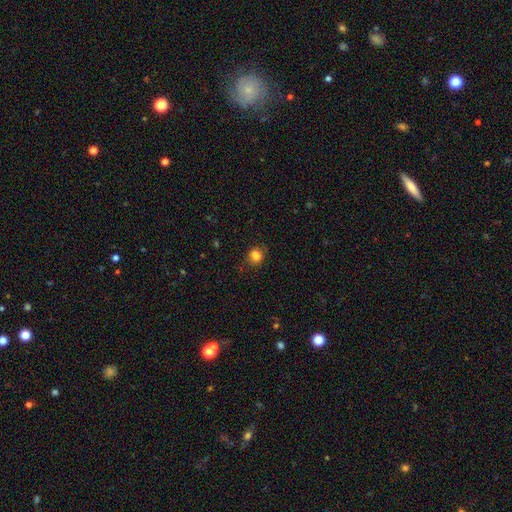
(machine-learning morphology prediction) Overall: smooth (79%). How rounded: round (61%; in between 38%). Merging: none (64%).